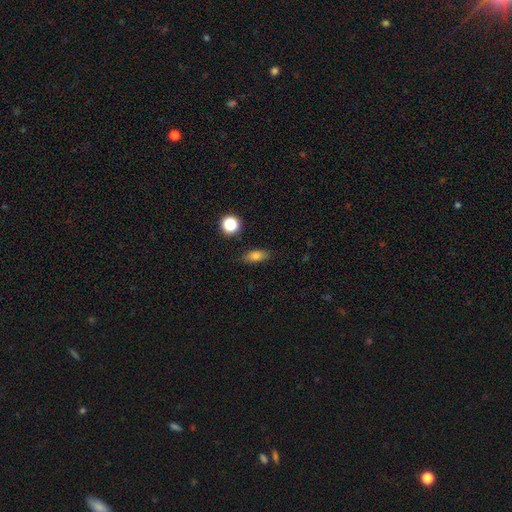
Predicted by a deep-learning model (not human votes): Q: Smooth or featured?
A: smooth (79%); runner-up: star or artifact (11%)
Q: How rounded?
A: in between (76%); runner-up: cigar-shaped (15%)
Q: Merging?
A: none (83%); runner-up: minor disturbance (12%)